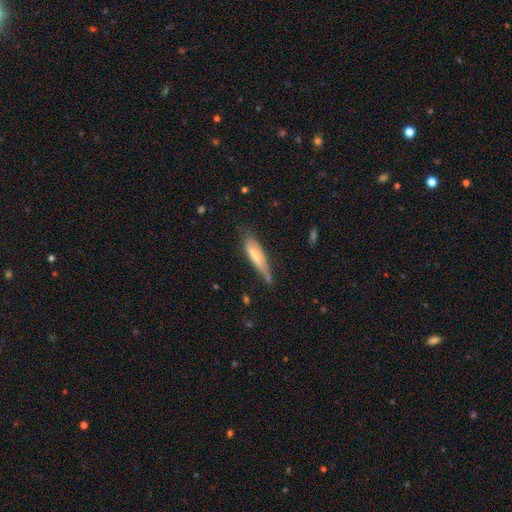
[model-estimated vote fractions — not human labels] smooth 62%, featured or disk 31%, star or artifact 6%. Down the decision tree: how rounded — cigar-shaped (71%); merging — none (51%).